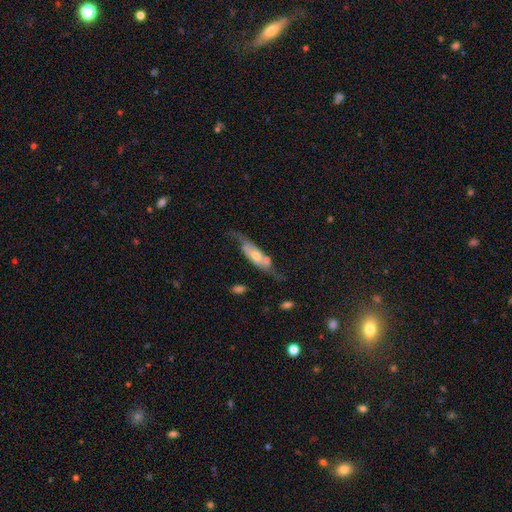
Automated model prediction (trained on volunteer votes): smooth_or_featured: featured or disk (p=0.66) [alt: smooth p=0.28]
disk_edge_on: no (p=0.70) [alt: yes p=0.30]
merging: none (p=0.49) [alt: minor disturbance p=0.23]